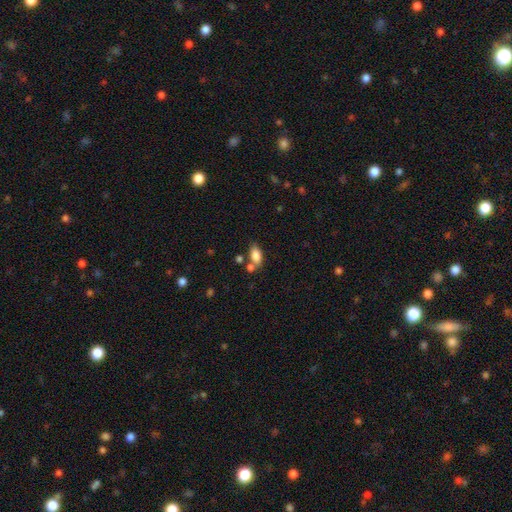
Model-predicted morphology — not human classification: This appears to be a smooth galaxy with no disk features (83%) that is in between round and cigar-shaped (90%). Merging: none (57%).